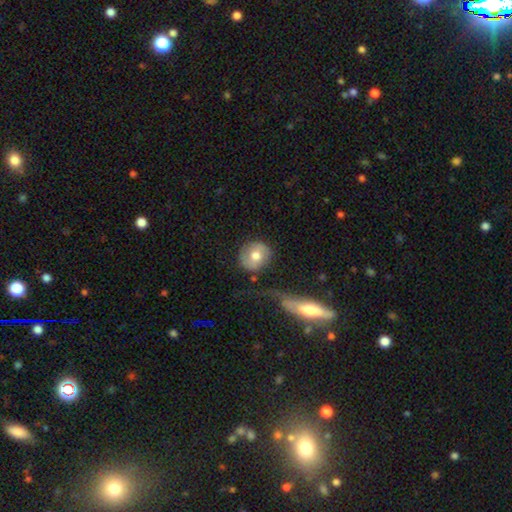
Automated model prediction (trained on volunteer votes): This is likely a smooth galaxy (64%). How rounded: clearly round (82%). Merging: likely none (70%).